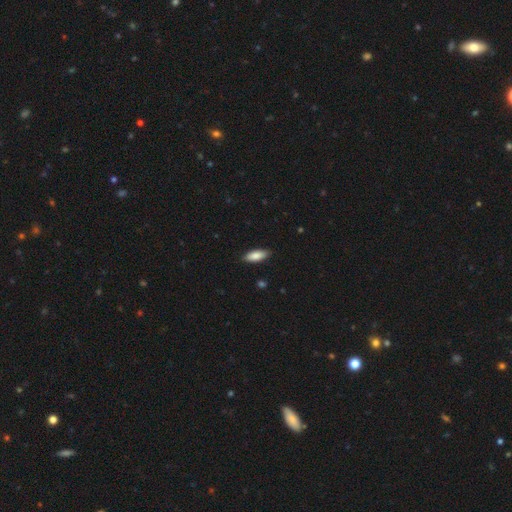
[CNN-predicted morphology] smooth 85%, featured or disk 10%, star or artifact 6%. Down the decision tree: how rounded — in between (75%); merging — none (86%).